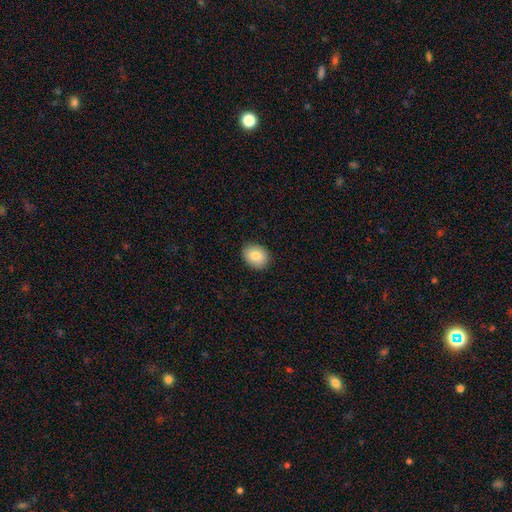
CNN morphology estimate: Overall: smooth (85%). How rounded: in between (58%; round 41%). Merging: none (89%).